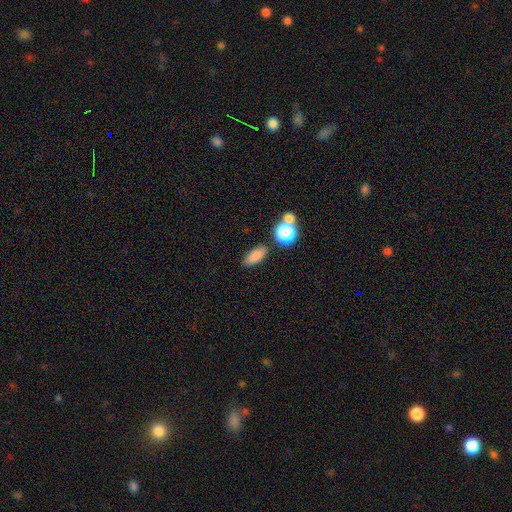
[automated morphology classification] This is clearly a smooth galaxy (82%). How rounded: likely in between (75%). Merging: likely none (78%).